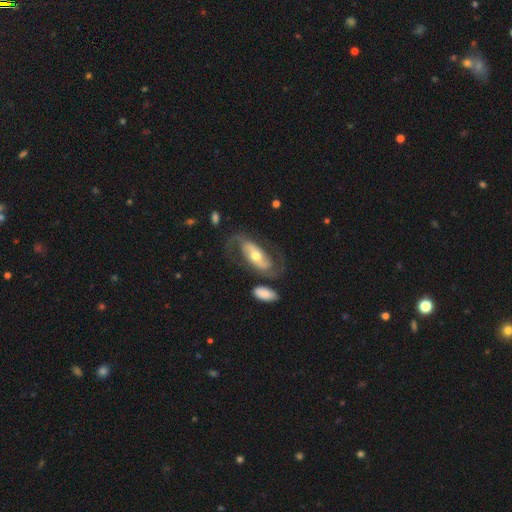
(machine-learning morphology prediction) A featured or disk galaxy (81%) with a strong bar (37%), 2 (89%) medium (45%) spiral arms (91%) and a moderate central bulge (61%).

Vote fractions:
- Smooth or featured? featured or disk: 81% / smooth: 14% / star or artifact: 5%
- Edge-on disk? no: 94% / yes: 6%
- Bar? strong: 37% / no: 34% / weak: 29%
- Spiral arms? yes: 91% / no: 9%
- Spiral winding? medium: 45% / loose: 38% / tight: 17%
- Spiral arm count? 2: 89% / can't tell: 5% / 1: 3% / 3: 1% / 4: 1% / more than 4: 1%
- Bulge size? moderate: 61% / small: 30% / large: 6% / dominant: 1% / none: 1%
- Merging? none: 65% / minor disturbance: 15% / major disturbance: 14% / merger: 6%